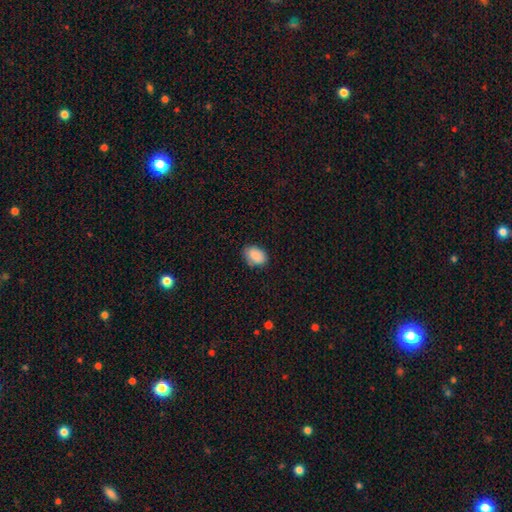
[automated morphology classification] smooth_or_featured: smooth (p=0.88) [alt: star or artifact p=0.07]
how_rounded: in between (p=0.86) [alt: round p=0.13]
merging: none (p=0.76) [alt: minor disturbance p=0.19]